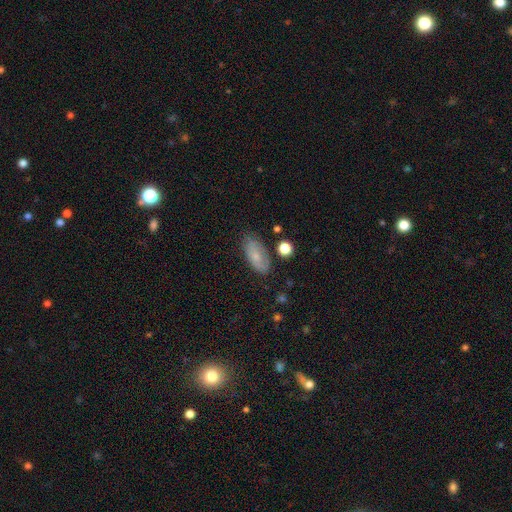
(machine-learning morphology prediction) smooth 68%, featured or disk 24%, star or artifact 8%. Down the decision tree: how rounded — in between (89%); merging — none (72%).